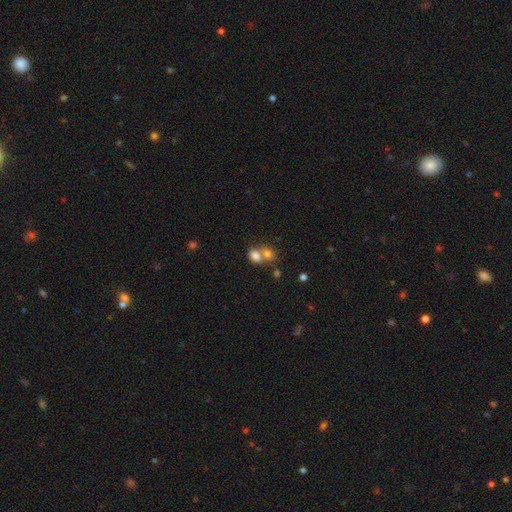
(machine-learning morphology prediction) This appears to be a smooth galaxy with no disk features (78%) that is in between round and cigar-shaped (64%). Merging: merger (57%).